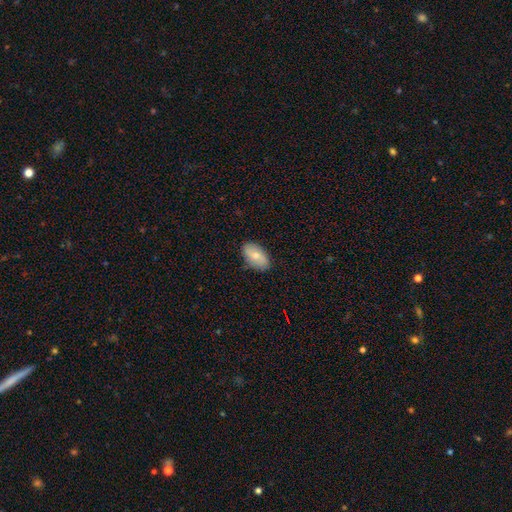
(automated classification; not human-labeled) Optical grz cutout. It shows a smooth galaxy with no disk features (64%) that is in between round and cigar-shaped (93%). Merging: none (84%).